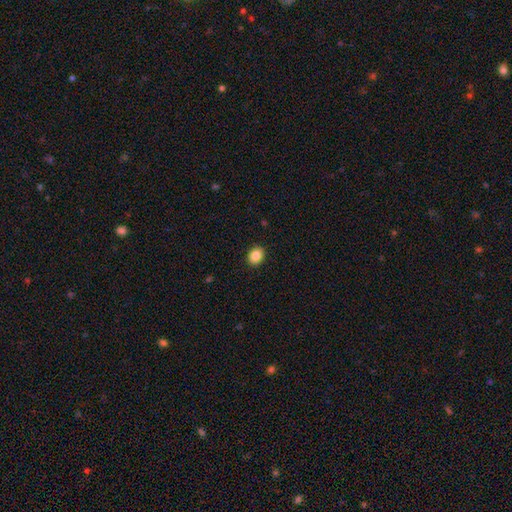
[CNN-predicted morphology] This is clearly a smooth galaxy (87%). How rounded: possibly in between (53%). Merging: clearly none (91%).